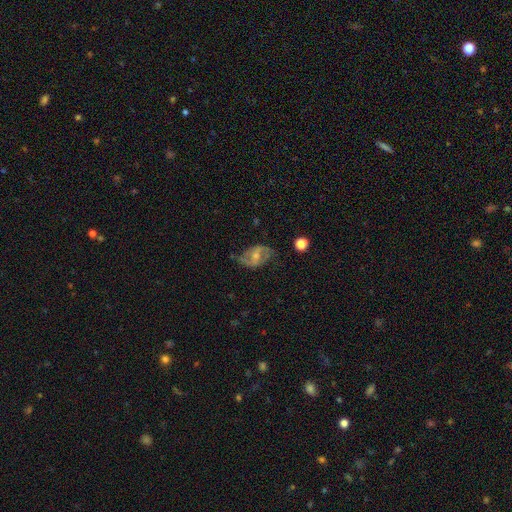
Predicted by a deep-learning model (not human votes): Smooth or featured: featured or disk — 69% (smooth — 24%)
Edge-on disk: no — 95% (yes — 5%)
Bar: weak — 44% (no — 40%)
Spiral arms: yes — 79% (no — 21%)
Spiral winding: medium — 44% (loose — 39%)
Spiral arm count: 2 — 83% (can't tell — 10%)
Bulge size: moderate — 56% (small — 32%)
Merging: none — 58% (minor disturbance — 25%)